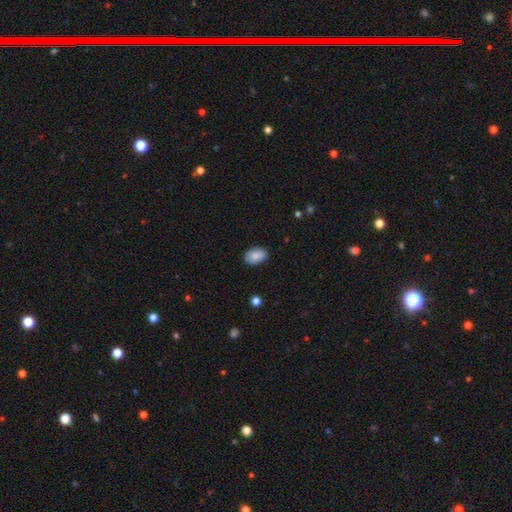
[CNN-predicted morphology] type=smooth (88%); roundness=in between (90%); merging=none (87%).